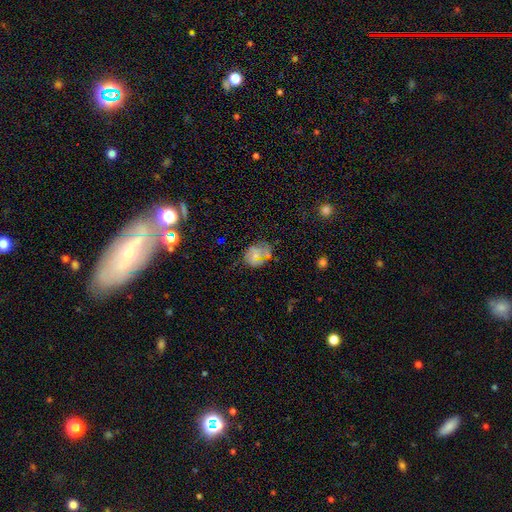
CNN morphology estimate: A smooth galaxy with no disk features (50%) that is round (53%).

Vote fractions:
- Smooth or featured? smooth: 50% / featured or disk: 34% / star or artifact: 15%
- How rounded? round: 53% / in between: 46% / cigar-shaped: 1%
- Merging? none: 56% / minor disturbance: 26% / major disturbance: 11% / merger: 7%